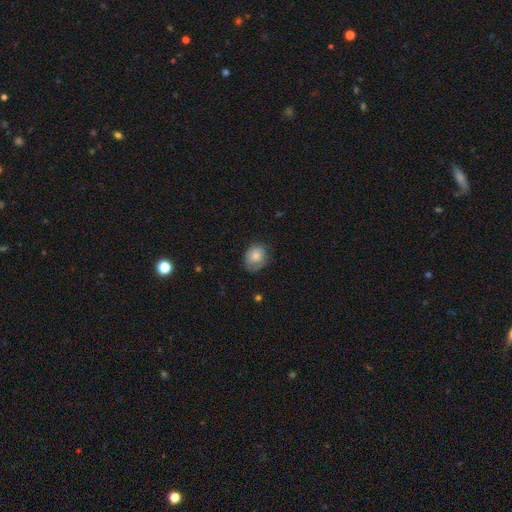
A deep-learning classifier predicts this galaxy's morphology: smooth 76%, featured or disk 17%, star or artifact 8%. Down the decision tree: how rounded — in between (53%); merging — none (64%).